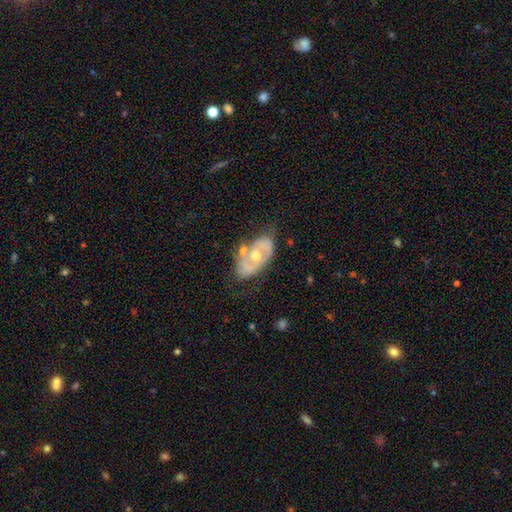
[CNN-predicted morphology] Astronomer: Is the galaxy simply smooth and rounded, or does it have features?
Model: featured or disk — 69%.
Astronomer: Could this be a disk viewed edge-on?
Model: no — 93%.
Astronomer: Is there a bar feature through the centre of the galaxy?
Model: no — 73%.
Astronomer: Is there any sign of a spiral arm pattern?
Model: yes — 53% (runner-up: no, 47%).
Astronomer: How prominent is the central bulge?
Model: moderate — 71%.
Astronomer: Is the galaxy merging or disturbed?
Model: none — 58%.